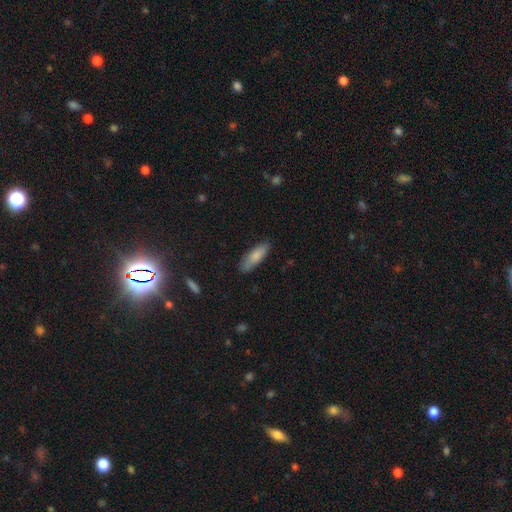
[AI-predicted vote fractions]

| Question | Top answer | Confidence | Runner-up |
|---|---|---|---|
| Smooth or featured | smooth | 82% | featured or disk (13%) |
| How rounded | in between | 56% | cigar-shaped (42%) |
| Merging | none | 81% | minor disturbance (15%) |